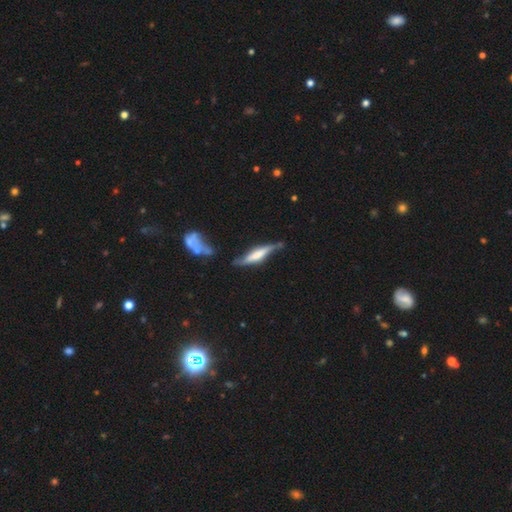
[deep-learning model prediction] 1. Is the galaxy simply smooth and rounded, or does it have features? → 58% featured or disk, 35% smooth, 7% star or artifact.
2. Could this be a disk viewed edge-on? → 82% yes, 18% no.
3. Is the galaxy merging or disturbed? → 54% none, 28% minor disturbance, 10% major disturbance, 8% merger.